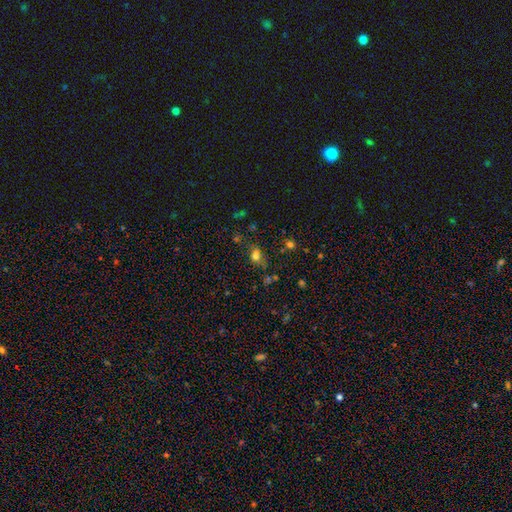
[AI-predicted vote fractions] Smooth or featured?
  - smooth: 68% *
  - star or artifact: 22%
  - featured or disk: 10%
How rounded?
  - in between: 60% *
  - round: 37%
  - cigar-shaped: 3%
Merging?
  - none: 57% *
  - minor disturbance: 20%
  - merger: 13%
  - major disturbance: 11%